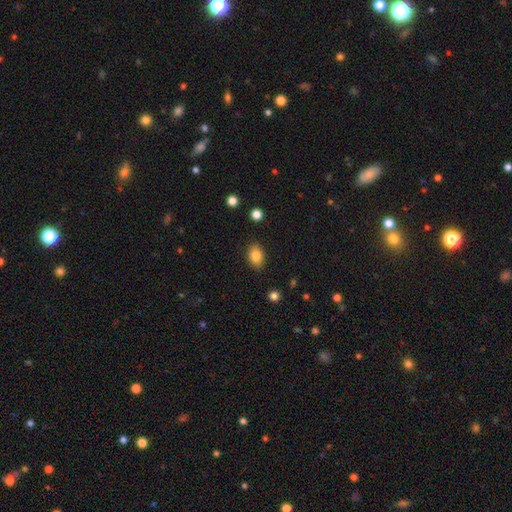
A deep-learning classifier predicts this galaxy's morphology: Smooth or featured?
  - smooth: 84% *
  - star or artifact: 9%
  - featured or disk: 7%
How rounded?
  - in between: 78% *
  - round: 21%
  - cigar-shaped: 1%
Merging?
  - none: 84% *
  - minor disturbance: 12%
  - major disturbance: 3%
  - merger: 1%